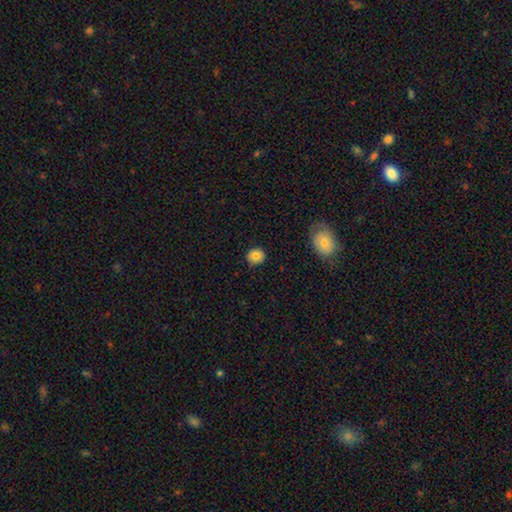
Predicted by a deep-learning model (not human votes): smooth-or-featured: smooth: 80% | featured or disk: 10% | star or artifact: 10%
  how-rounded: round: 82% | in between: 18% | cigar-shaped: 1%
  merging: none: 83% | minor disturbance: 14% | major disturbance: 2% | merger: 1%